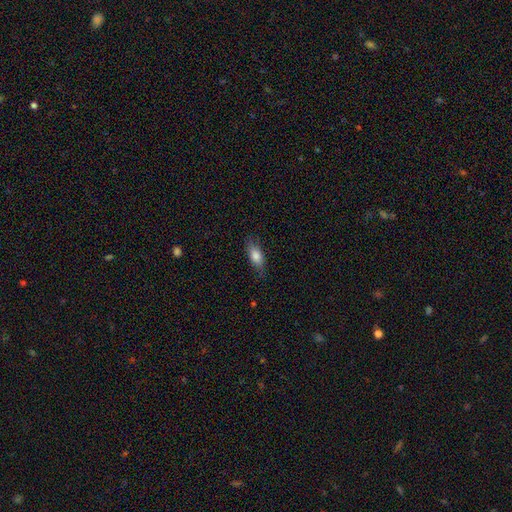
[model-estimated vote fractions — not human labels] Q: Smooth or featured?
A: smooth (78%); runner-up: featured or disk (15%)
Q: How rounded?
A: in between (77%); runner-up: cigar-shaped (18%)
Q: Merging?
A: none (75%); runner-up: minor disturbance (19%)